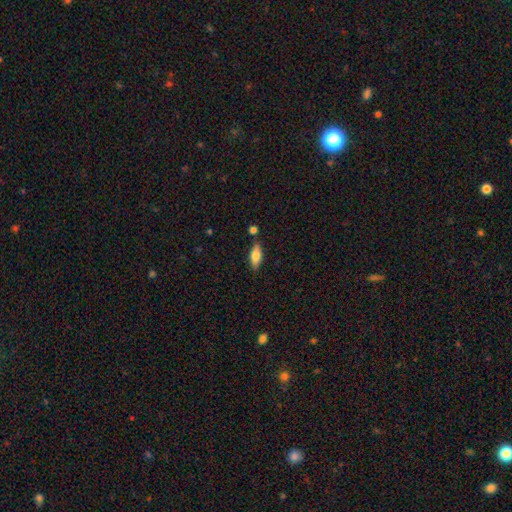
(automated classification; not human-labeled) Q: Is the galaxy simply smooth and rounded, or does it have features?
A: smooth — 75%.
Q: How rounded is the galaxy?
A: in between — 74%.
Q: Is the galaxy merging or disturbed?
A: none — 77%.